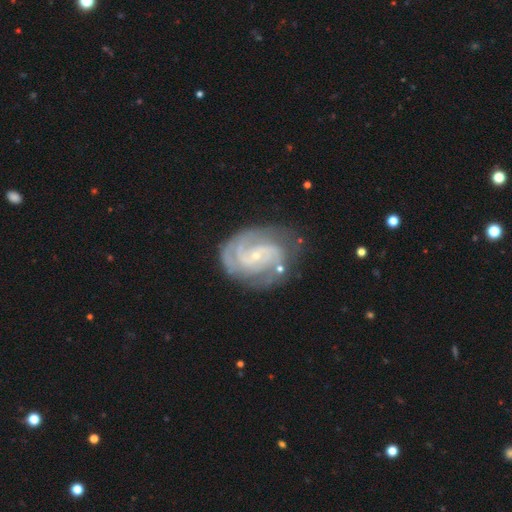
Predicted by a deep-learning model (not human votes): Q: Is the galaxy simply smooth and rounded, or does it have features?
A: featured or disk — 88%.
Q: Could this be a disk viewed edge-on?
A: no — 98%.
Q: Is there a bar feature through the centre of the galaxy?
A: no — 49%.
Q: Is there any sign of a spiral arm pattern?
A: yes — 97%.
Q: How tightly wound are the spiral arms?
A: tight — 52%.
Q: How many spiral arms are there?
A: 2 — 55%.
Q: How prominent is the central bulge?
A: small — 82%.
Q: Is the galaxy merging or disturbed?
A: none — 69%.